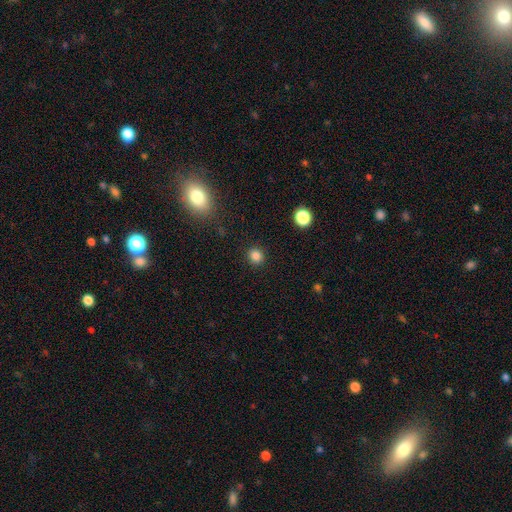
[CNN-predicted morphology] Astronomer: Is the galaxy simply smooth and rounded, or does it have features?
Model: smooth — 83%.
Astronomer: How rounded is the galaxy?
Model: round — 88%.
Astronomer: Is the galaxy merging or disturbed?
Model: none — 91%.